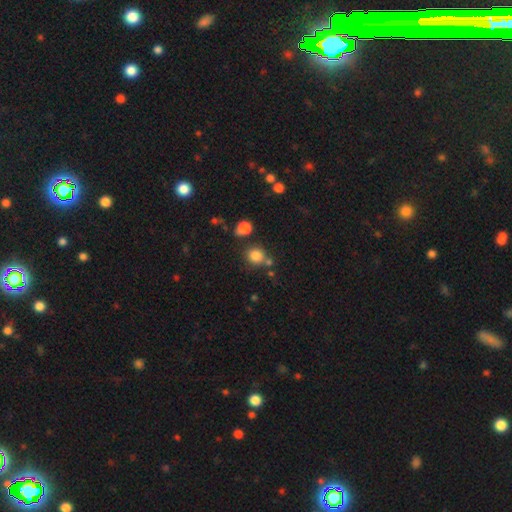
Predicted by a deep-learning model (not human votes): This appears to be a smooth galaxy with no disk features (82%) that is round (84%). Merging: none (73%).